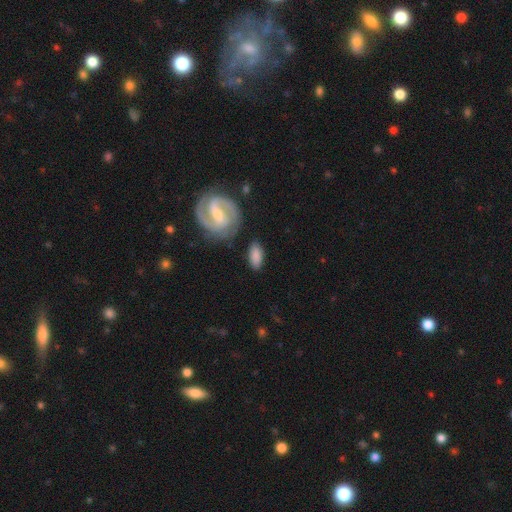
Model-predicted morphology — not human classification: Smooth or featured? smooth (74%)
How rounded? in between (89%)
Merging? none (79%)